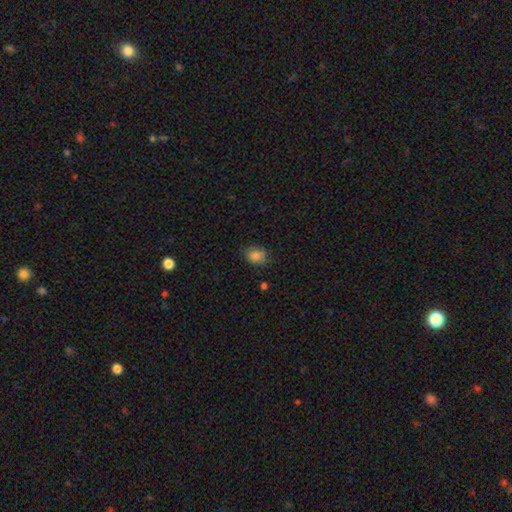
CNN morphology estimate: This appears to be a smooth galaxy with no disk features (83%) that is in between round and cigar-shaped (50%). Merging: none (73%).